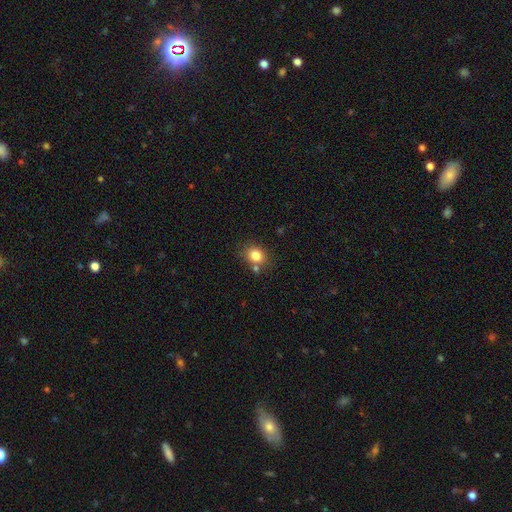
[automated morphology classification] Smooth or featured? Predicted: smooth (p=0.82). How rounded? Predicted: round (p=0.60). Merging? Predicted: none (p=0.70).